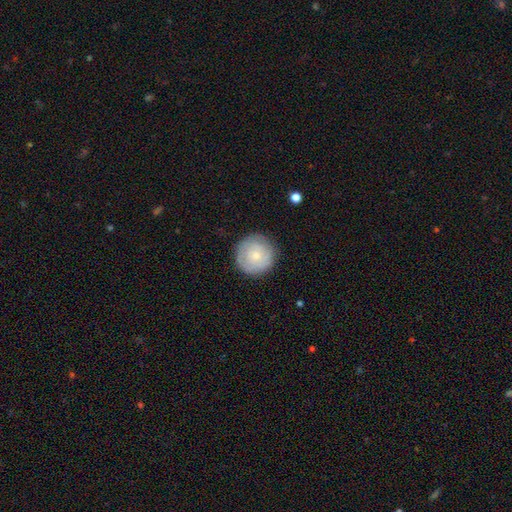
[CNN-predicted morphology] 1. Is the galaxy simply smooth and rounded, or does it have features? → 60% smooth, 33% featured or disk, 6% star or artifact.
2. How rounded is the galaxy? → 95% round, 4% in between, 1% cigar-shaped.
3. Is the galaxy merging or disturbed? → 84% none, 12% minor disturbance, 3% major disturbance, 1% merger.